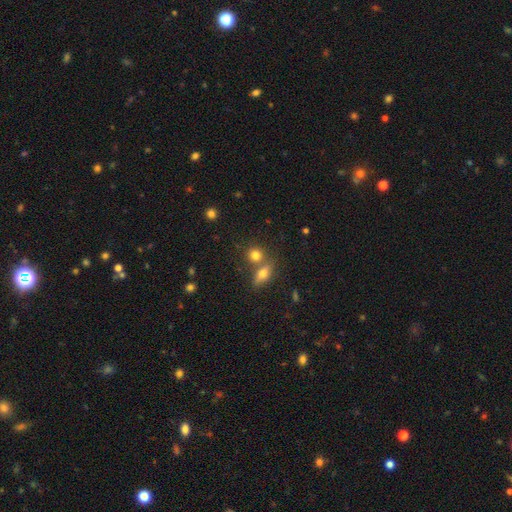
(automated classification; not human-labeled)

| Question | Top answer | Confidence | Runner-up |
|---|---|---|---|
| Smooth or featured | smooth | 78% | star or artifact (12%) |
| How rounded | round | 71% | in between (25%) |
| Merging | none | 54% | merger (34%) |